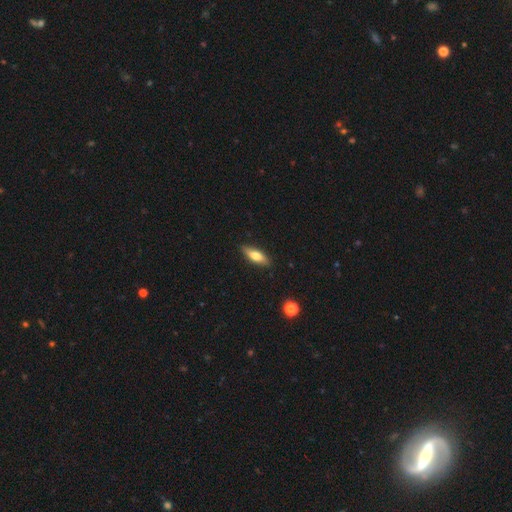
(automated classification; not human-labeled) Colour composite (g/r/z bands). It shows a smooth galaxy with no disk features (67%) that is in between round and cigar-shaped (59%). Merging: none (87%).